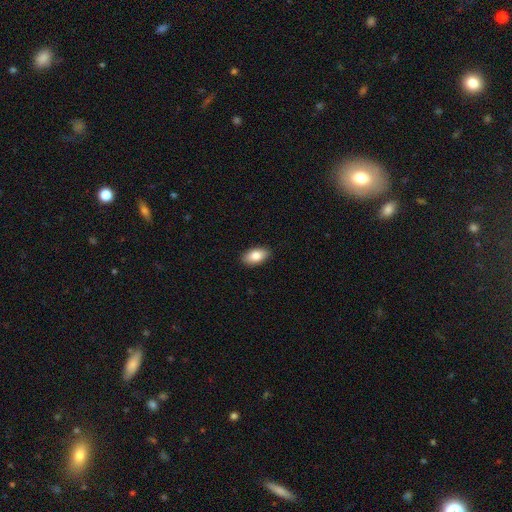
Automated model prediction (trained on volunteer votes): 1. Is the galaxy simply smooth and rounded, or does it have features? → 85% smooth, 8% featured or disk, 7% star or artifact.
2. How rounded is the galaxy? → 94% in between, 4% round, 2% cigar-shaped.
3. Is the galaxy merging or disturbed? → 90% none, 8% minor disturbance, 2% major disturbance, 1% merger.